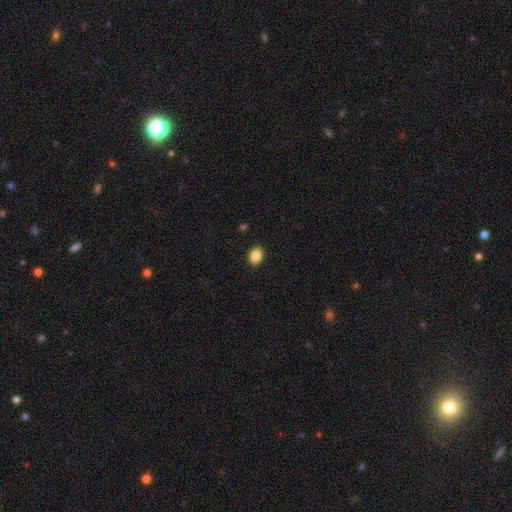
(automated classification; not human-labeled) Smooth or featured? Predicted: smooth (p=0.87). How rounded? Predicted: in between (p=0.74). Merging? Predicted: none (p=0.90).